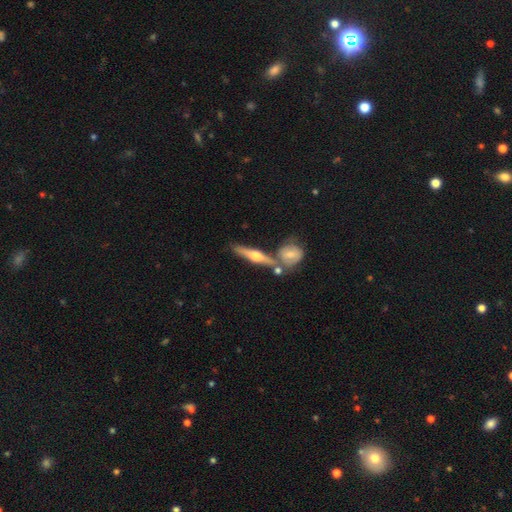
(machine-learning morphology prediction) Smooth or featured?
  - featured or disk: 69% *
  - smooth: 25%
  - star or artifact: 5%
Edge-on disk?
  - yes: 95% *
  - no: 5%
Edge-on bulge?
  - rounded: 94% *
  - boxy: 3%
  - none: 2%
Merging?
  - none: 67% *
  - merger: 20%
  - minor disturbance: 10%
  - major disturbance: 3%